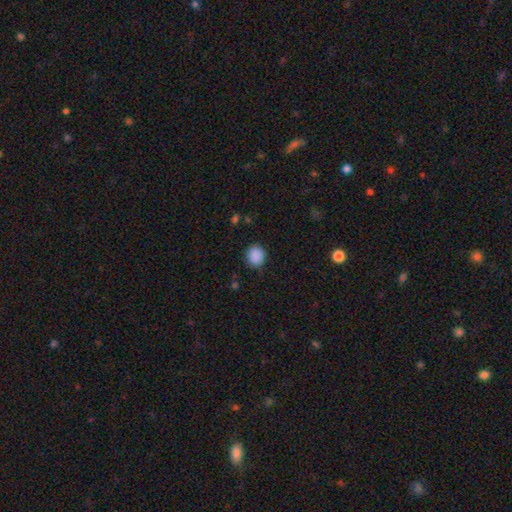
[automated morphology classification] type=smooth (89%); roundness=round (82%); merging=none (87%).